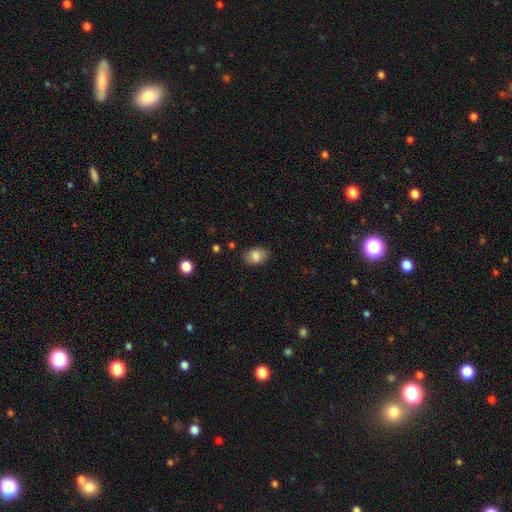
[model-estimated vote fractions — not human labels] Q: Smooth or featured?
A: smooth (83%); runner-up: featured or disk (10%)
Q: How rounded?
A: in between (81%); runner-up: round (18%)
Q: Merging?
A: none (85%); runner-up: minor disturbance (11%)